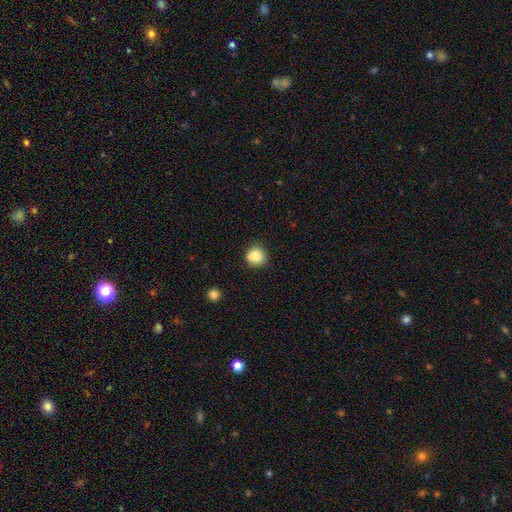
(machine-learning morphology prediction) Smooth or featured?
  - smooth: 78% *
  - featured or disk: 12%
  - star or artifact: 10%
How rounded?
  - round: 87% *
  - in between: 12%
  - cigar-shaped: 1%
Merging?
  - none: 62% *
  - merger: 21%
  - minor disturbance: 13%
  - major disturbance: 4%